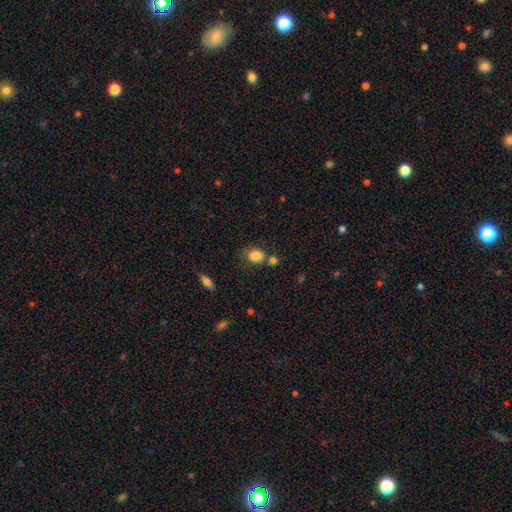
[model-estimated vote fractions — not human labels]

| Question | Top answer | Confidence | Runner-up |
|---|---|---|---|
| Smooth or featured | smooth | 84% | star or artifact (9%) |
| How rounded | in between | 51% | round (47%) |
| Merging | none | 58% | merger (20%) |